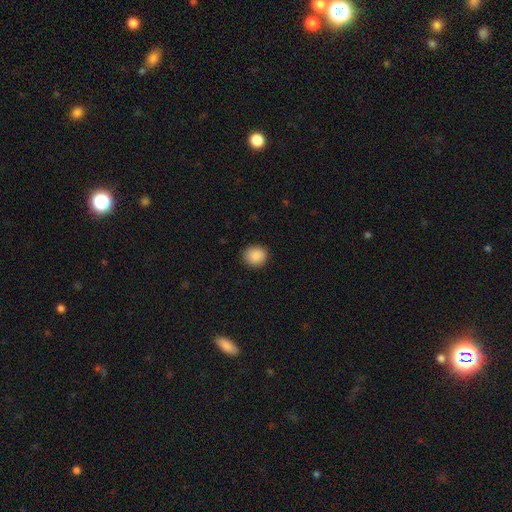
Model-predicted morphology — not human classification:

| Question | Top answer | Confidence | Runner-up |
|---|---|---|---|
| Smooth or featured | smooth | 89% | star or artifact (8%) |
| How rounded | round | 75% | in between (24%) |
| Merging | none | 89% | minor disturbance (8%) |